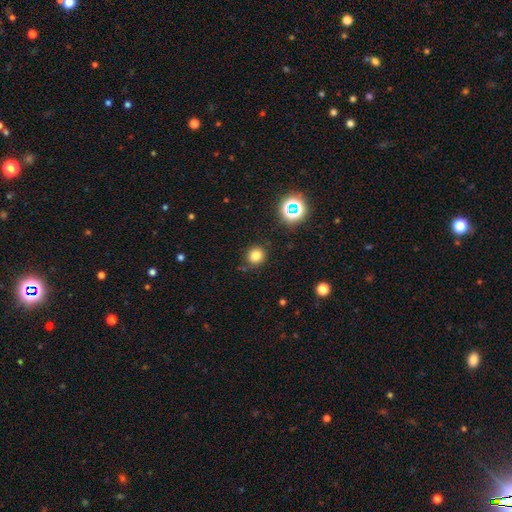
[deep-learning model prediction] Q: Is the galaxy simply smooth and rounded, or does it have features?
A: smooth — 78%.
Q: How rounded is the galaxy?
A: round — 88%.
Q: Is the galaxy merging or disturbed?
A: none — 83%.